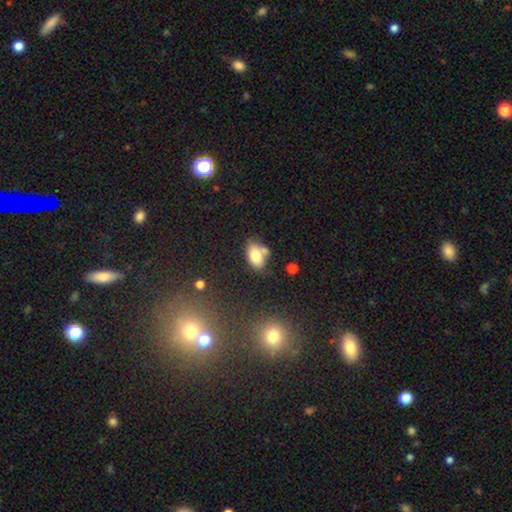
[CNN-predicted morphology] smooth 78%, featured or disk 13%, star or artifact 9%. Down the decision tree: how rounded — in between (89%); merging — none (52%).